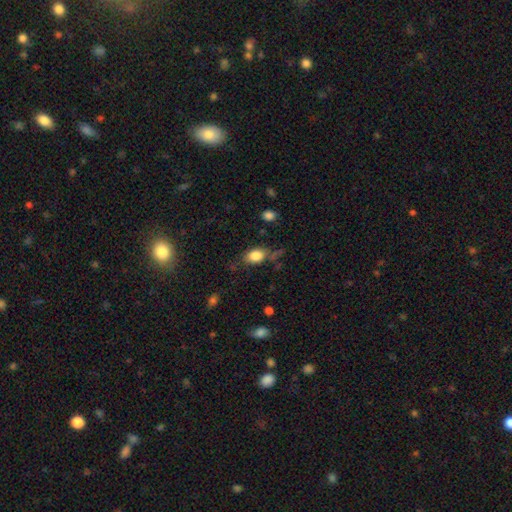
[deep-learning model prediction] Smooth or featured?
  - smooth: 81% *
  - featured or disk: 10%
  - star or artifact: 8%
How rounded?
  - in between: 79% *
  - round: 18%
  - cigar-shaped: 3%
Merging?
  - none: 60% *
  - minor disturbance: 24%
  - major disturbance: 10%
  - merger: 5%